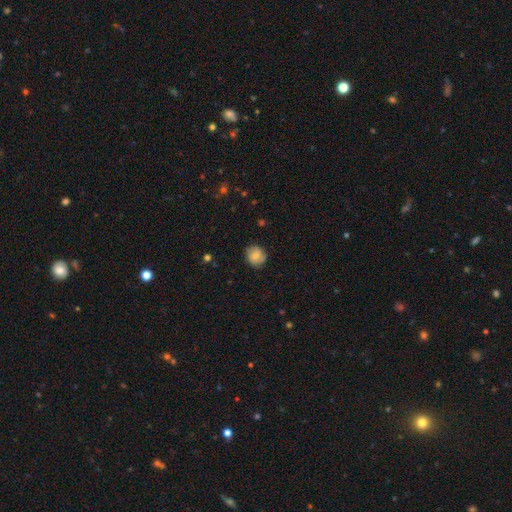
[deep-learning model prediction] A smooth galaxy with no disk features (68%) that is round (85%). Merging: none (83%).